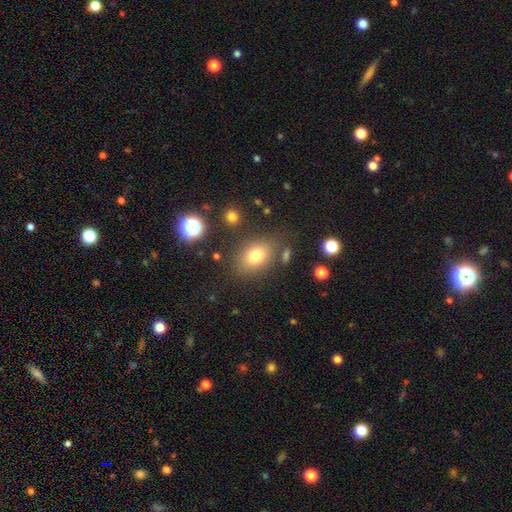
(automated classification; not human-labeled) This is likely a smooth galaxy (76%). How rounded: likely in between (71%). Merging: likely none (77%).